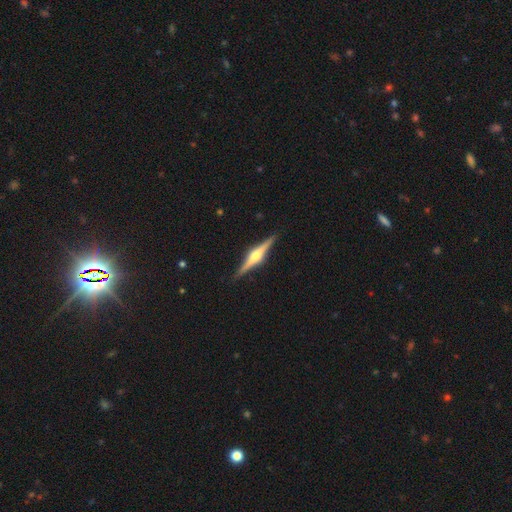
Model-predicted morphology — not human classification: Smooth or featured? Predicted: featured or disk (p=0.82). Edge-on disk? Predicted: yes (p=0.98). Edge-on bulge? Predicted: rounded (p=0.91). Merging? Predicted: none (p=0.90).